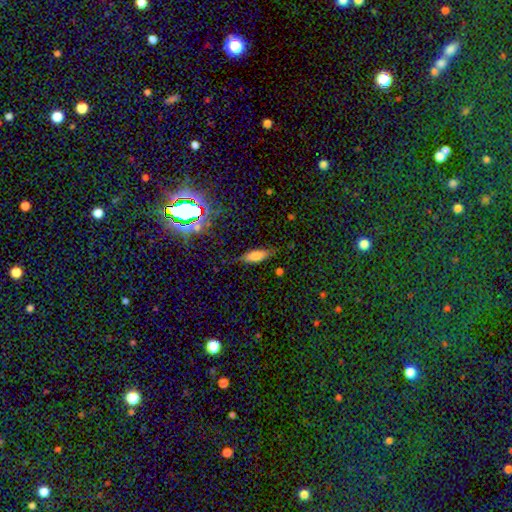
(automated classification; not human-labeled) Overall: smooth (69%). How rounded: in between (65%; cigar-shaped 32%). Merging: none (72%).